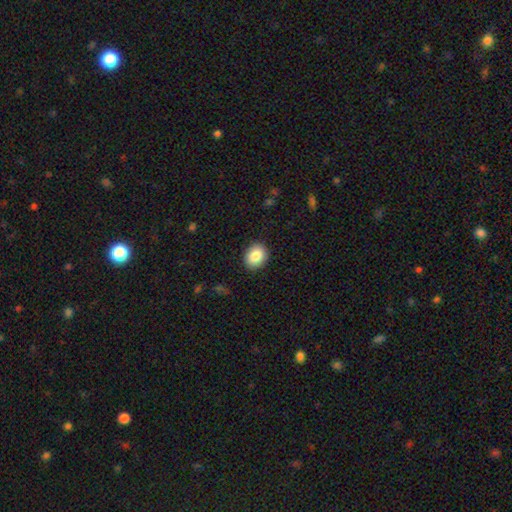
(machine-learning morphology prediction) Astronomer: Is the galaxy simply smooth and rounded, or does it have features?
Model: smooth — 87%.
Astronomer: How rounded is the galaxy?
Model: round — 50% (runner-up: in between, 49%).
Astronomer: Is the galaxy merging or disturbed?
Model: none — 89%.